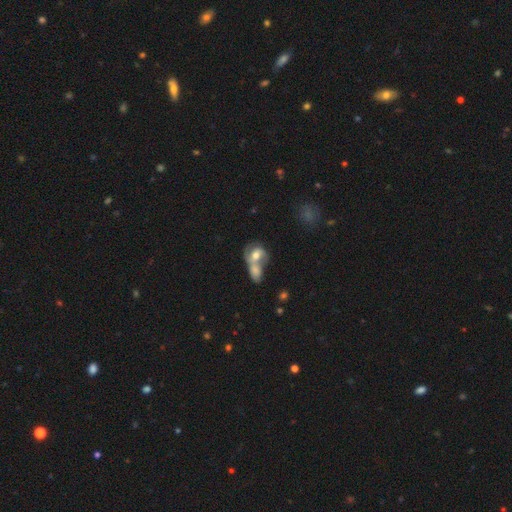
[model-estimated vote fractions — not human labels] Smooth or featured?
  - featured or disk: 47% *
  - smooth: 45%
  - star or artifact: 8%
Merging?
  - merger: 72% *
  - none: 16%
  - minor disturbance: 7%
  - major disturbance: 6%